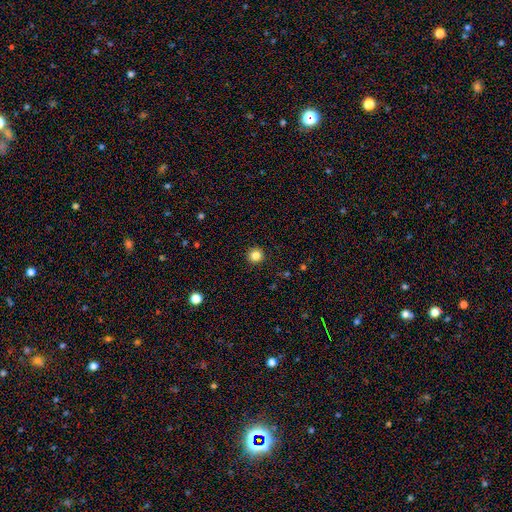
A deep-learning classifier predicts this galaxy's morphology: A smooth galaxy with no disk features (84%) that is round (95%). Merging: none (93%).